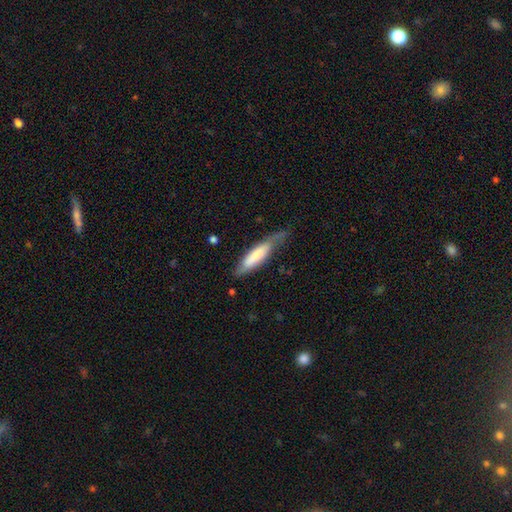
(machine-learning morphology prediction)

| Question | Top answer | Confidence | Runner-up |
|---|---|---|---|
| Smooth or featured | smooth | 61% | featured or disk (33%) |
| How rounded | cigar-shaped | 69% | in between (29%) |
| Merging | none | 53% | minor disturbance (31%) |